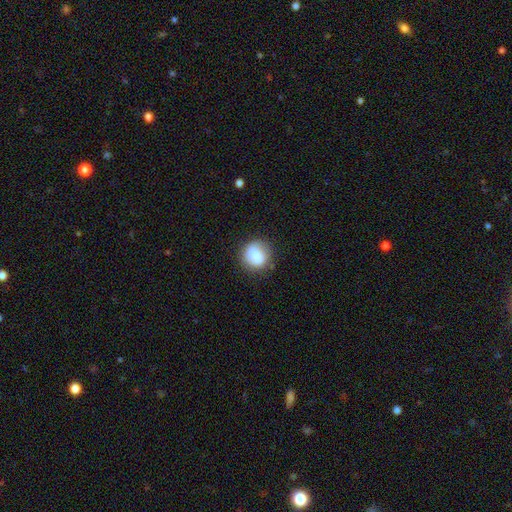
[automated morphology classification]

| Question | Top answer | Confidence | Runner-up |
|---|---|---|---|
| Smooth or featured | smooth | 72% | featured or disk (21%) |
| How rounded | round | 79% | in between (20%) |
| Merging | none | 72% | minor disturbance (18%) |